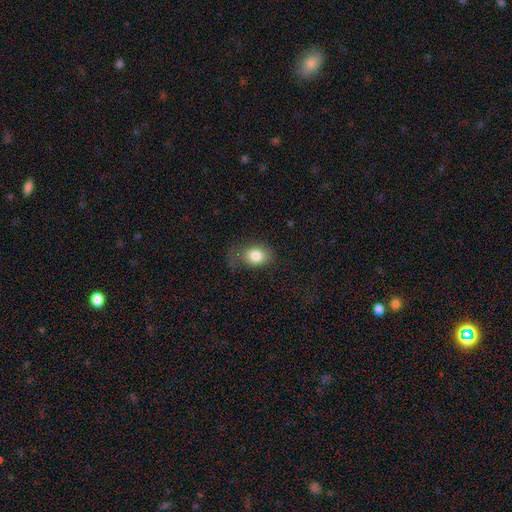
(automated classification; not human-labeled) Morphology: type=smooth (81%); roundness=in between (67%); merging=none (53%).